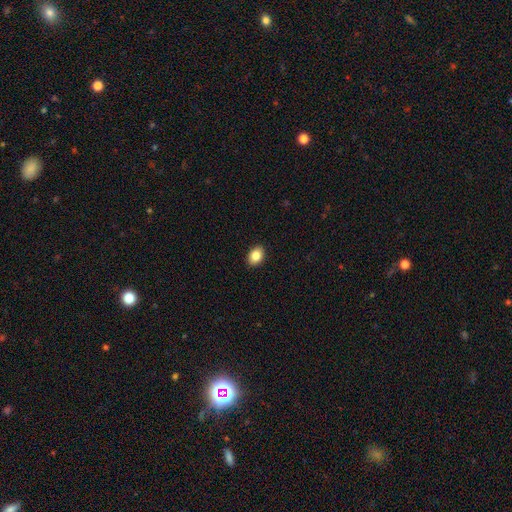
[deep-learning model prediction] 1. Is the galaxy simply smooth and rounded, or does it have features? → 85% smooth, 8% star or artifact, 7% featured or disk.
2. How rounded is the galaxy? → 75% in between, 24% round, 1% cigar-shaped.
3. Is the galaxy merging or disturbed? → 91% none, 7% minor disturbance, 2% major disturbance, 1% merger.